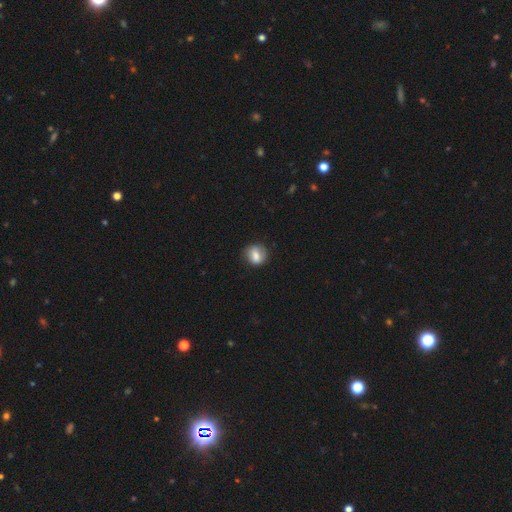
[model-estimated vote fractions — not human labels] A smooth galaxy with no disk features (71%) that is round (65%).

Vote fractions:
- Smooth or featured? smooth: 71% / featured or disk: 21% / star or artifact: 9%
- How rounded? round: 65% / in between: 34% / cigar-shaped: 2%
- Merging? none: 75% / minor disturbance: 18% / major disturbance: 5% / merger: 2%